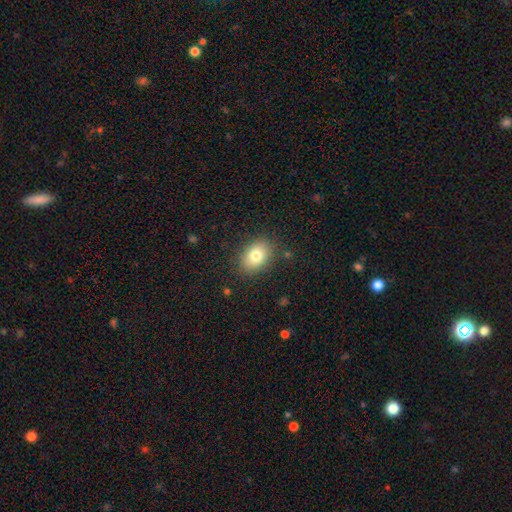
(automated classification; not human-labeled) smooth-or-featured: smooth: 78% | featured or disk: 12% | star or artifact: 10%
  how-rounded: in between: 73% | round: 26% | cigar-shaped: 1%
  merging: none: 85% | minor disturbance: 10% | major disturbance: 3% | merger: 1%